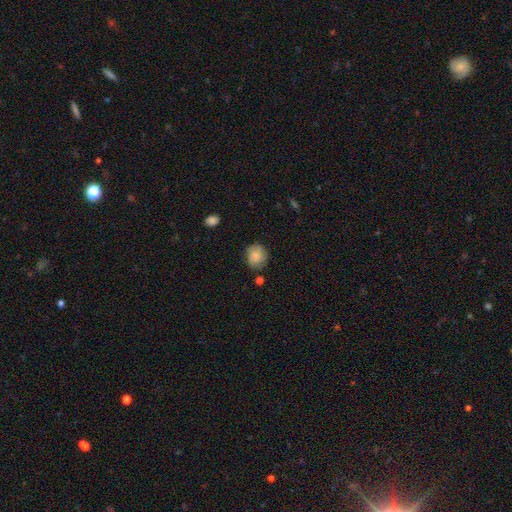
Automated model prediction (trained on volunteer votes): smooth_or_featured: smooth (p=0.74) [alt: featured or disk p=0.18]
how_rounded: round (p=0.63) [alt: in between p=0.36]
merging: none (p=0.70) [alt: minor disturbance p=0.21]